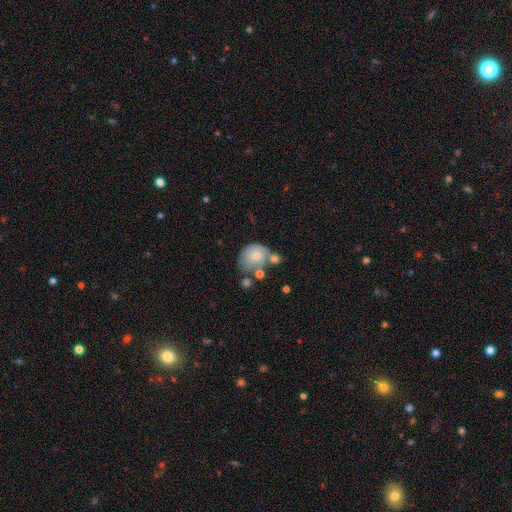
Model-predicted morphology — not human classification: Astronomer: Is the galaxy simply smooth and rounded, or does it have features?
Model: smooth — 63%.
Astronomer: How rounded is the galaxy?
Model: round — 55% (runner-up: in between, 44%).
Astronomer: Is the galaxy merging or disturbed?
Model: none — 33% (runner-up: merger, 29%).